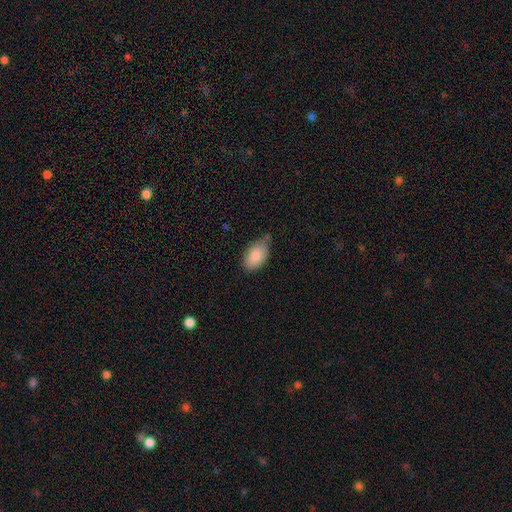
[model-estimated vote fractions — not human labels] smooth-or-featured: smooth: 85% | featured or disk: 8% | star or artifact: 7%
  how-rounded: in between: 93% | round: 6% | cigar-shaped: 2%
  merging: none: 57% | minor disturbance: 33% | major disturbance: 5% | merger: 4%